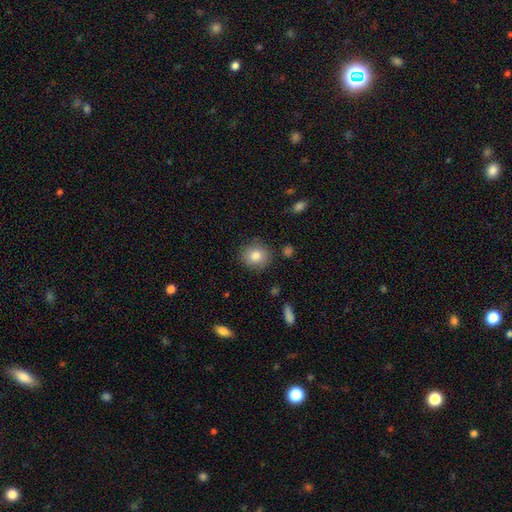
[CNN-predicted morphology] Smooth or featured: smooth — 83% (star or artifact — 9%)
How rounded: round — 80% (in between — 19%)
Merging: none — 85% (minor disturbance — 10%)